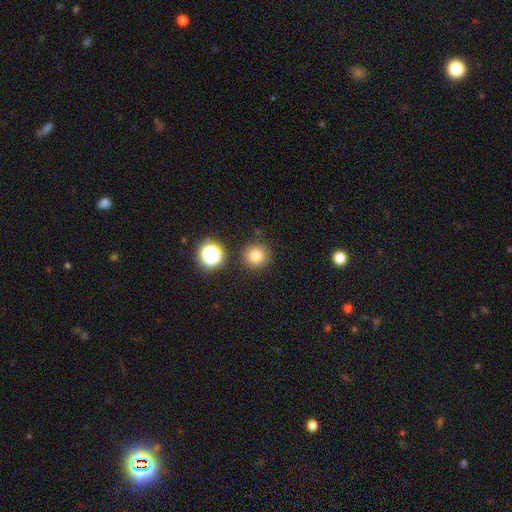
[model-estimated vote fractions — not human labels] Morphology: type=smooth (79%); roundness=round (94%); merging=none (87%).